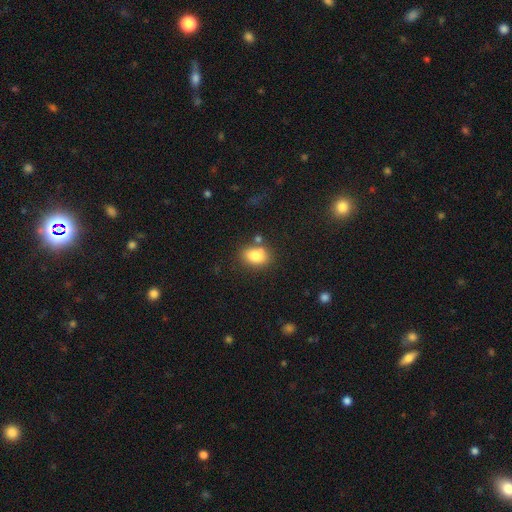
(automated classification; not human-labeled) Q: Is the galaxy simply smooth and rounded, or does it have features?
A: smooth — 81%.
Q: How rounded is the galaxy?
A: in between — 72%.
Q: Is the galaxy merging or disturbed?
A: none — 66%.